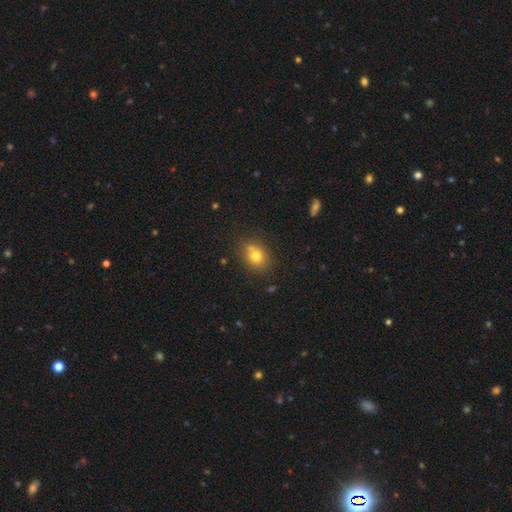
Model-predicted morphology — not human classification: The model was most divided on "how rounded": round: 56%, in between: 43%, cigar-shaped: 1%. More confident: smooth or featured — smooth (76%); merging — none (65%).